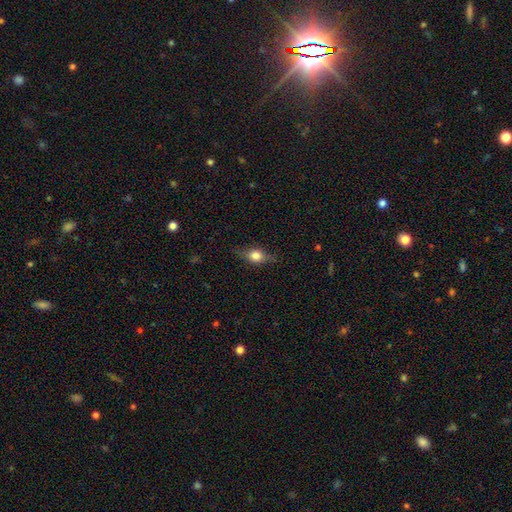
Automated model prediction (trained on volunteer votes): Morphology: type=smooth (63%); roundness=in between (60%); merging=none (76%).